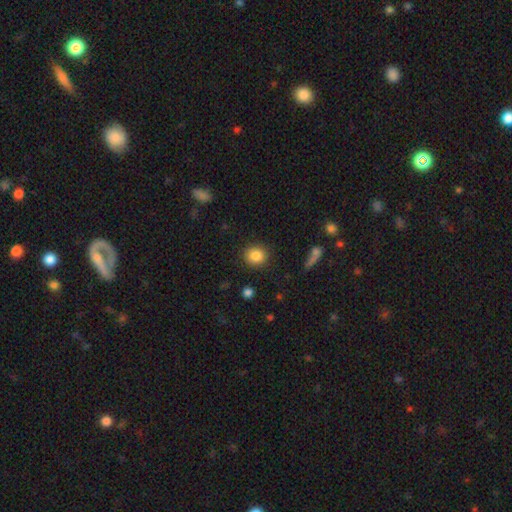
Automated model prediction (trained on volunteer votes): This appears to be a smooth galaxy with no disk features (86%) that is round (79%). Merging: none (89%).